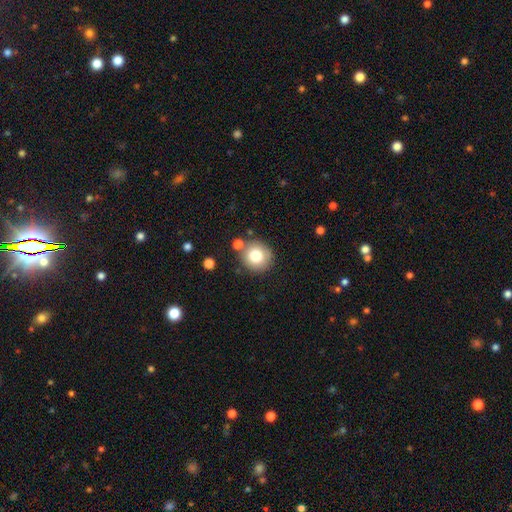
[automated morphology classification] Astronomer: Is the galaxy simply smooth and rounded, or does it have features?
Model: smooth — 78%.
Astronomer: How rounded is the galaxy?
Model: round — 89%.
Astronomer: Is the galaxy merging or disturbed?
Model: none — 77%.